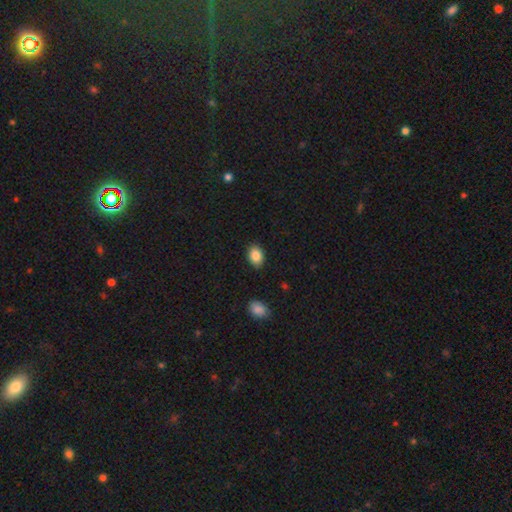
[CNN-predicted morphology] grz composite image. It shows a smooth galaxy with no disk features (87%) that is in between round and cigar-shaped (76%). Merging: none (88%).